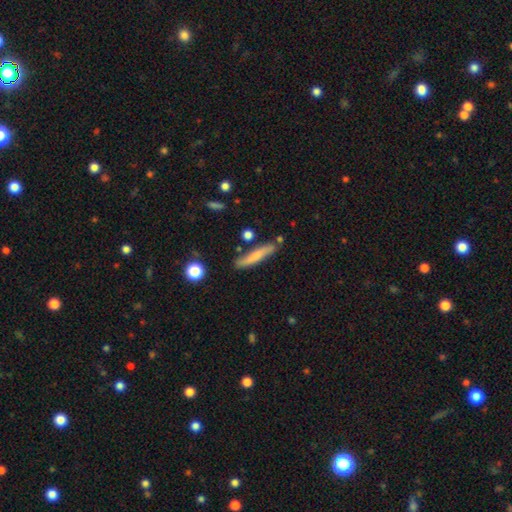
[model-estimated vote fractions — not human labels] This appears to be a smooth galaxy with no disk features (63%) that is cigar-shaped (88%). Merging: none (78%).